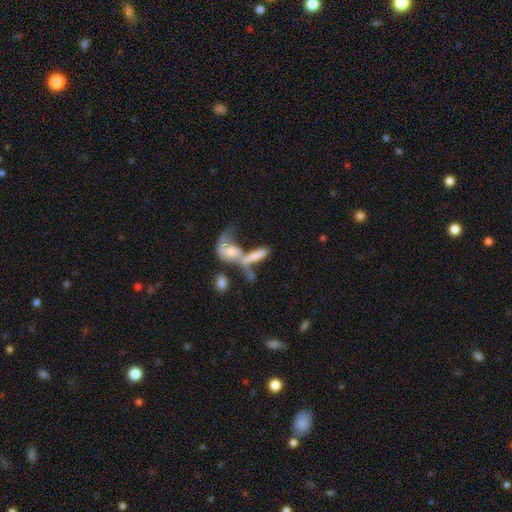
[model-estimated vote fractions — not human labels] smooth_or_featured: smooth (p=0.55) [alt: featured or disk p=0.34]
how_rounded: in between (p=0.49) [alt: cigar-shaped p=0.47]
merging: merger (p=0.63) [alt: none p=0.16]